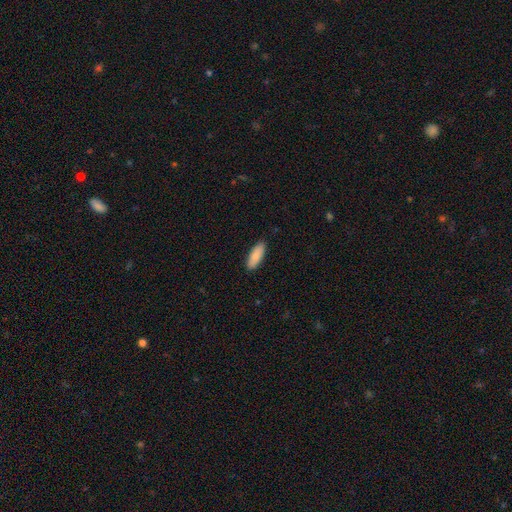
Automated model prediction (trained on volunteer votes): smooth_or_featured: smooth (p=0.86) [alt: featured or disk p=0.08]
how_rounded: in between (p=0.65) [alt: cigar-shaped p=0.33]
merging: none (p=0.89) [alt: minor disturbance p=0.09]